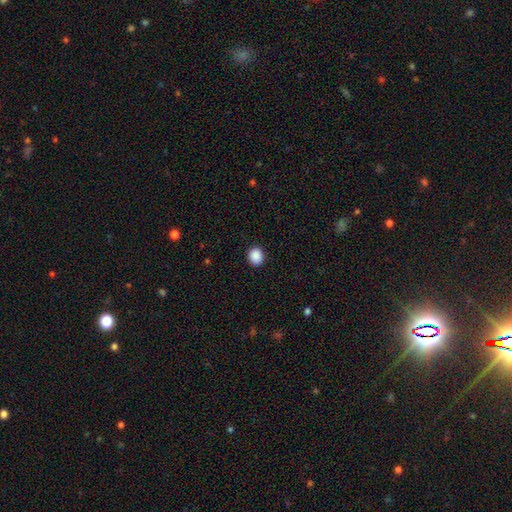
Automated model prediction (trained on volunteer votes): smooth-or-featured: smooth: 89% | star or artifact: 9% | featured or disk: 2%
  how-rounded: round: 73% | in between: 26% | cigar-shaped: 1%
  merging: none: 91% | minor disturbance: 6% | major disturbance: 2% | merger: 1%